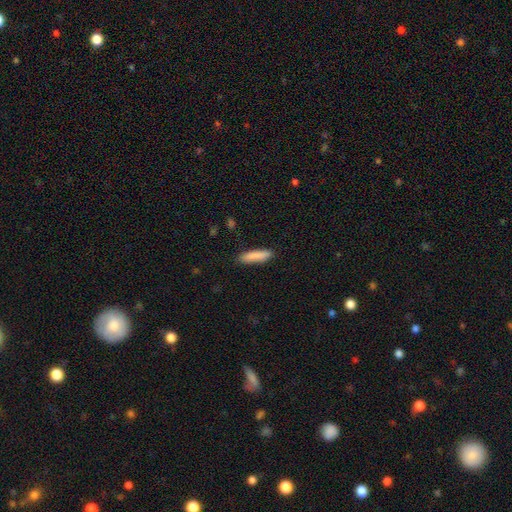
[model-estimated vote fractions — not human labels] Smooth or featured? smooth (88%)
How rounded? cigar-shaped (74%)
Merging? none (88%)